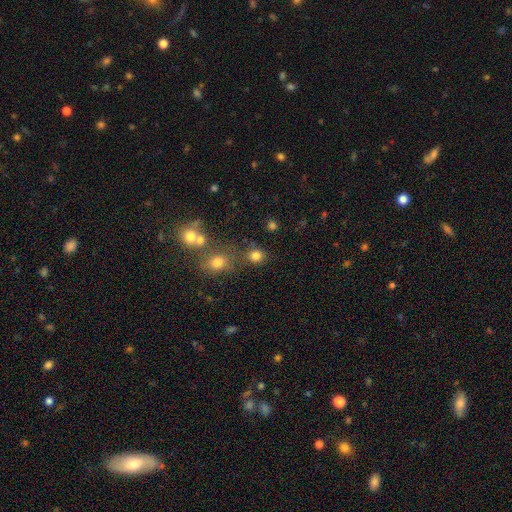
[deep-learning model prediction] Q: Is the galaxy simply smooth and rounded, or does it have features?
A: smooth — 79%.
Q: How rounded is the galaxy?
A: round — 73%.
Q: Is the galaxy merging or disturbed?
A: none — 69%.